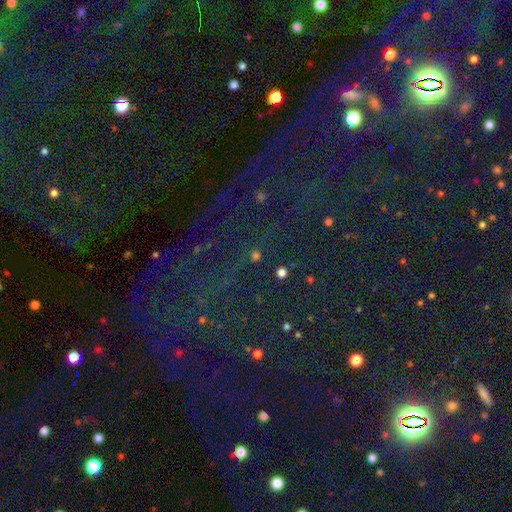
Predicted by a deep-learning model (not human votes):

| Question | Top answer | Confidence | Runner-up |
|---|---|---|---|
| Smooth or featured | star or artifact | 55% | smooth (38%) |